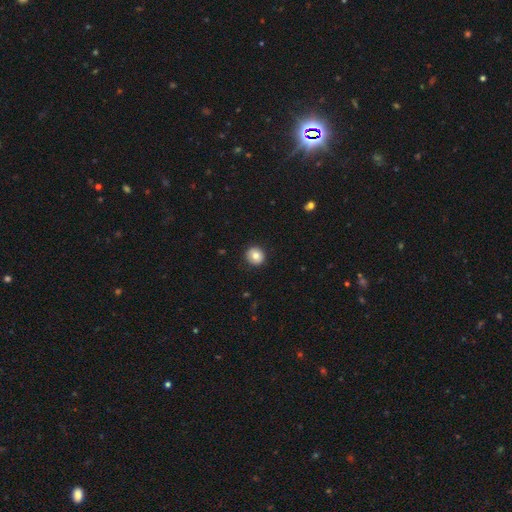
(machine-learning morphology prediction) smooth-or-featured: smooth: 79% | featured or disk: 12% | star or artifact: 9%
  how-rounded: round: 91% | in between: 8% | cigar-shaped: 1%
  merging: none: 91% | minor disturbance: 7% | major disturbance: 2% | merger: 1%